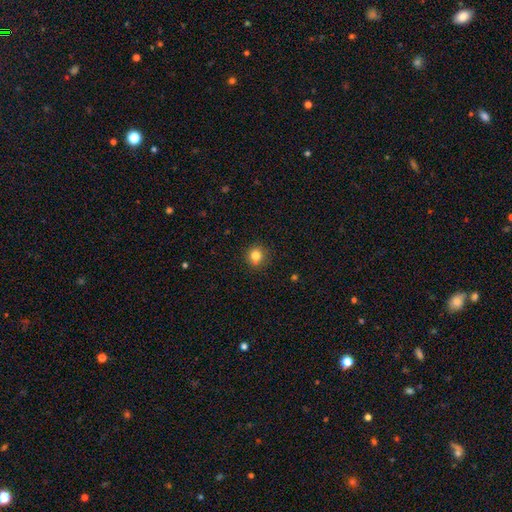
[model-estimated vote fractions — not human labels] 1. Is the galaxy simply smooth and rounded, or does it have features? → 82% smooth, 12% star or artifact, 6% featured or disk.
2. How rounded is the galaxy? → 89% round, 10% in between, 1% cigar-shaped.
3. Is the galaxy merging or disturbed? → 90% none, 7% minor disturbance, 2% major disturbance, 1% merger.